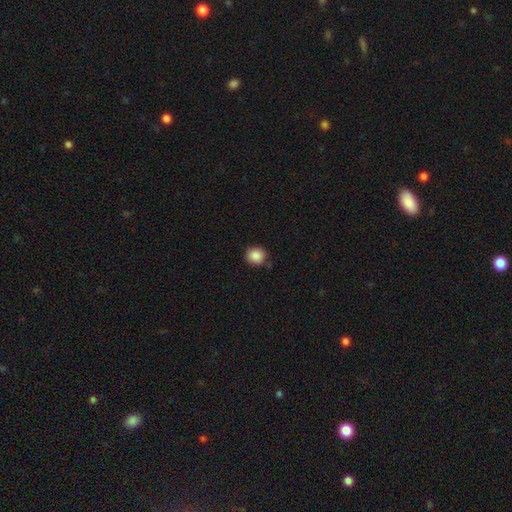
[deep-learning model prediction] The model was most divided on "merging": none: 83%, minor disturbance: 12%, major disturbance: 3%, merger: 2%. More confident: how rounded — round (89%); smooth or featured — smooth (88%).